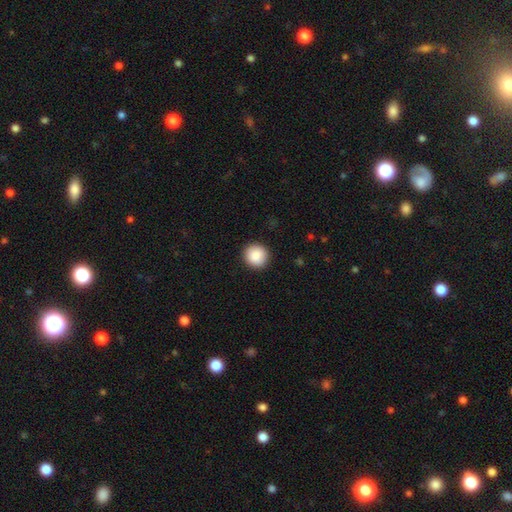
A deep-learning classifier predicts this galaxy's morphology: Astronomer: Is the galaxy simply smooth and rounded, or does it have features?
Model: smooth — 89%.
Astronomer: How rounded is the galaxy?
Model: round — 94%.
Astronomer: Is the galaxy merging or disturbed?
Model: none — 92%.